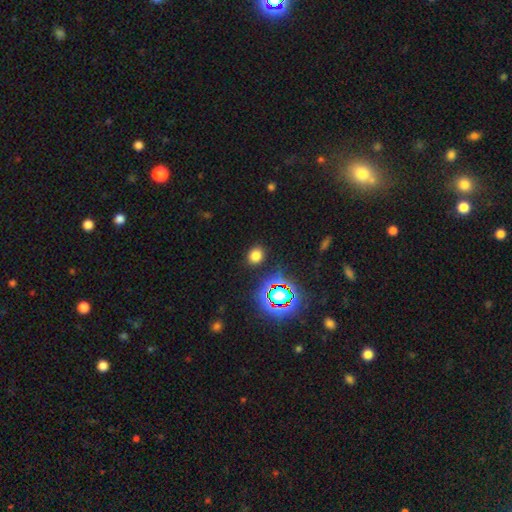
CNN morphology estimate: Smooth or featured: smooth — 72% (star or artifact — 22%)
How rounded: round — 62% (in between — 37%)
Merging: none — 88% (minor disturbance — 7%)